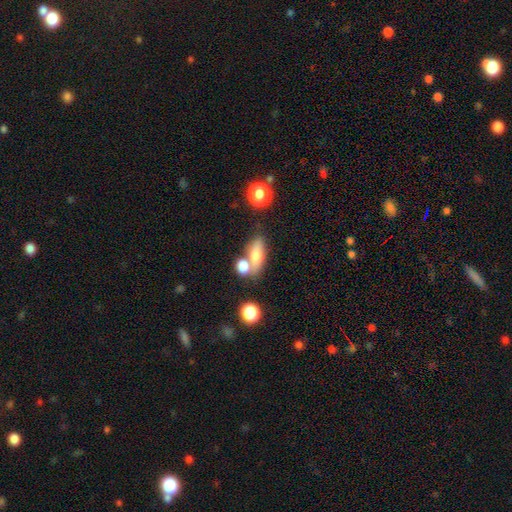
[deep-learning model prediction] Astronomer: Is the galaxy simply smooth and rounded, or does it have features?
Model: smooth — 72%.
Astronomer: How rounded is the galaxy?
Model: in between — 67%.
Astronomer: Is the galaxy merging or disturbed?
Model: none — 51% (runner-up: merger, 30%).